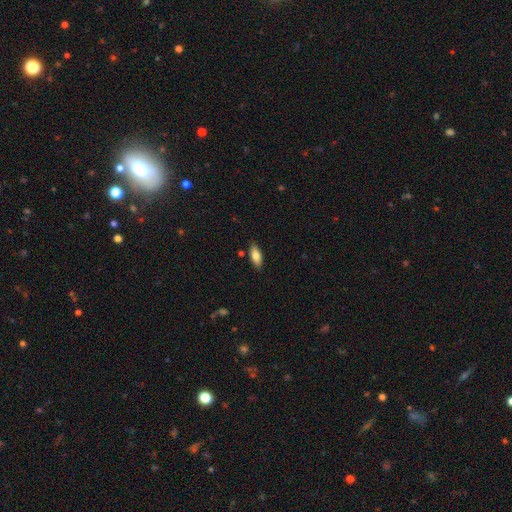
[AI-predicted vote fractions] Q: Smooth or featured?
A: smooth (78%); runner-up: featured or disk (15%)
Q: How rounded?
A: in between (80%); runner-up: cigar-shaped (18%)
Q: Merging?
A: none (86%); runner-up: minor disturbance (10%)